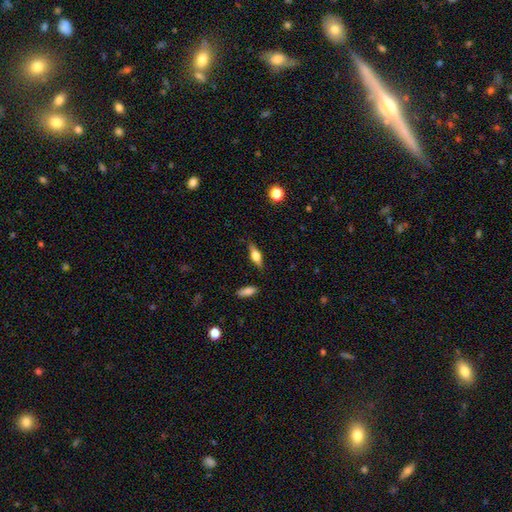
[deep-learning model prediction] A smooth galaxy with no disk features (55%) that is in between round and cigar-shaped (57%).

Vote fractions:
- Smooth or featured? smooth: 55% / featured or disk: 37% / star or artifact: 8%
- How rounded? in between: 57% / cigar-shaped: 40% / round: 4%
- Merging? none: 82% / minor disturbance: 13% / major disturbance: 3% / merger: 2%